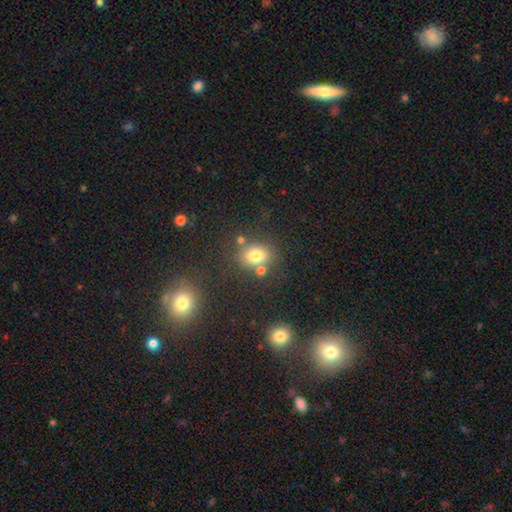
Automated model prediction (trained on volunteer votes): Smooth or featured? smooth (74%)
How rounded? round (53%)
Merging? none (65%)